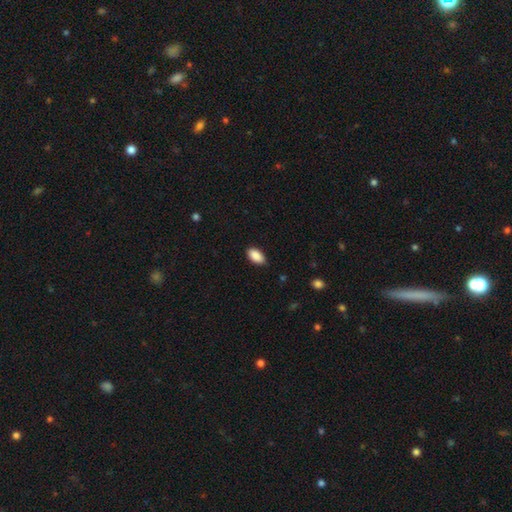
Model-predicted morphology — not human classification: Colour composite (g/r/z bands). It shows a smooth galaxy with no disk features (90%) that is in between round and cigar-shaped (94%). Merging: none (85%).